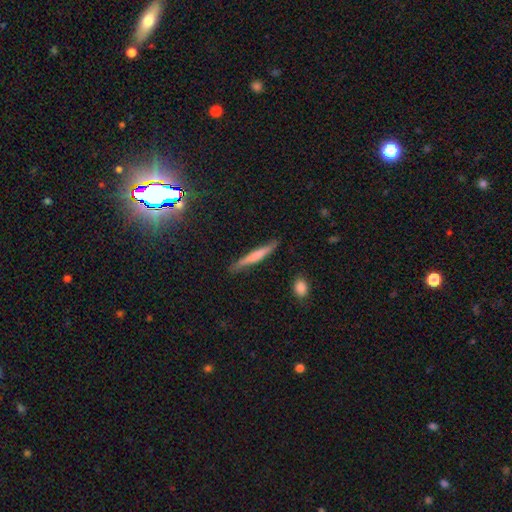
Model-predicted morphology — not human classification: Overall: smooth (60%; featured or disk 33%). How rounded: cigar-shaped (95%). Merging: none (82%).